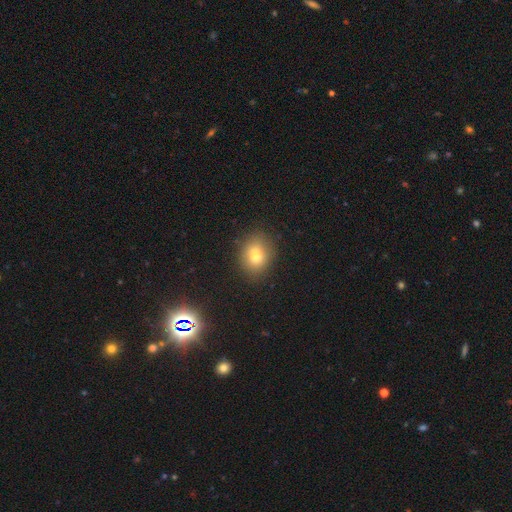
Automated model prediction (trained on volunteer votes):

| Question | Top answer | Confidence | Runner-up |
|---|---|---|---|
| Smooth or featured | smooth | 75% | star or artifact (13%) |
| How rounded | round | 54% | in between (45%) |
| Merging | none | 84% | minor disturbance (11%) |